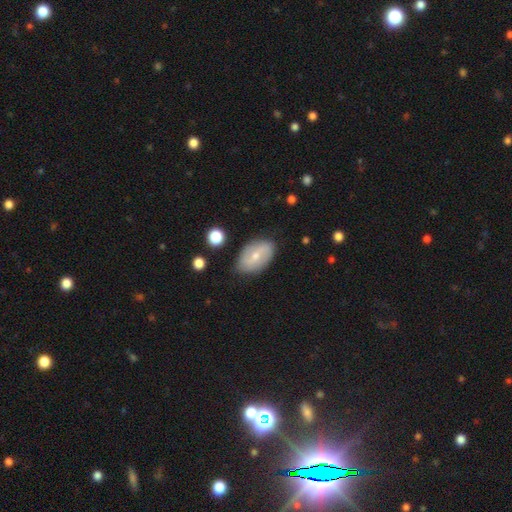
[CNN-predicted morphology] Smooth or featured: featured or disk — 54% (smooth — 39%)
Edge-on disk: no — 94% (yes — 6%)
Bar: weak — 46% (no — 34%)
Spiral arms: yes — 68% (no — 32%)
Bulge size: small — 57% (moderate — 39%)
Merging: none — 82% (minor disturbance — 14%)